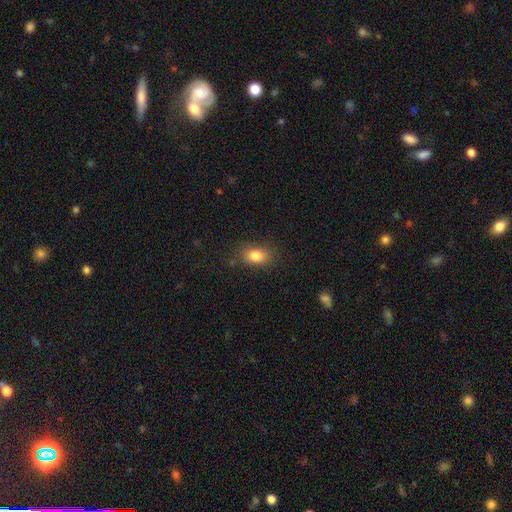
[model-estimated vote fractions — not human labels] This appears to be a smooth galaxy with no disk features (82%) that is in between round and cigar-shaped (79%). Merging: none (79%).